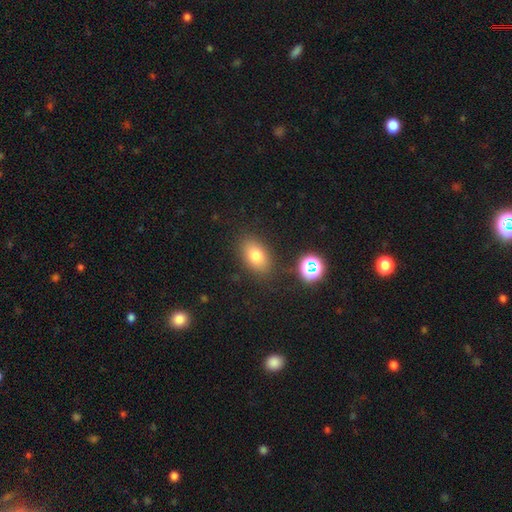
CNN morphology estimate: Smooth or featured?
  - smooth: 77% *
  - star or artifact: 12%
  - featured or disk: 10%
How rounded?
  - in between: 86% *
  - round: 12%
  - cigar-shaped: 2%
Merging?
  - none: 83% *
  - minor disturbance: 11%
  - major disturbance: 3%
  - merger: 3%